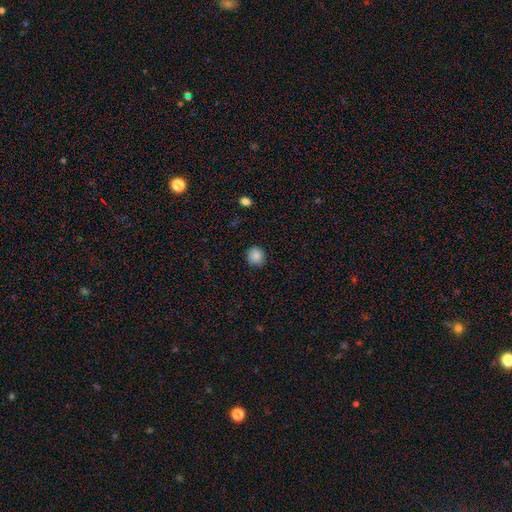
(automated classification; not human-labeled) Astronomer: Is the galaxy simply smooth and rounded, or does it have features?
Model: smooth — 87%.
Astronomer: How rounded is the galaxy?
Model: round — 87%.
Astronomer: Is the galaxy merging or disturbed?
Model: none — 89%.